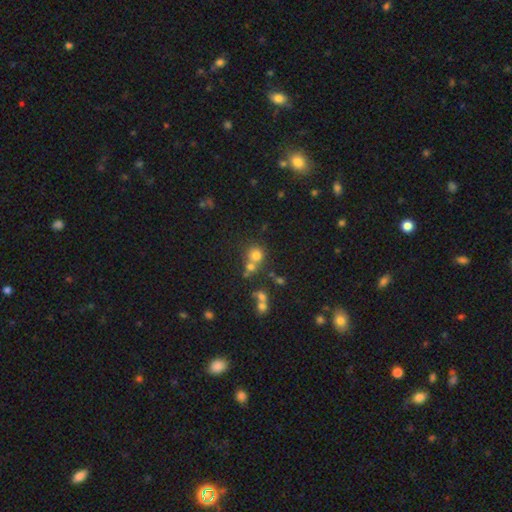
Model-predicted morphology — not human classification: A smooth galaxy with no disk features (71%) that is round (87%). Merging: none (53%).